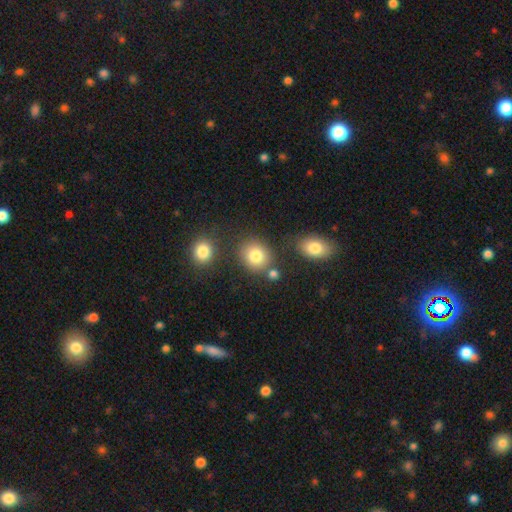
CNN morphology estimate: Smooth or featured? Predicted: smooth (p=0.82). How rounded? Predicted: round (p=0.74). Merging? Predicted: none (p=0.75).